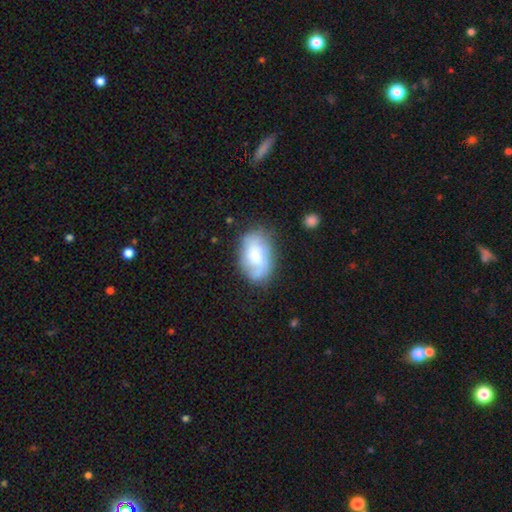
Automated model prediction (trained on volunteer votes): This appears to be a smooth galaxy with no disk features (55%) that is in between round and cigar-shaped (88%). Merging: none (63%).